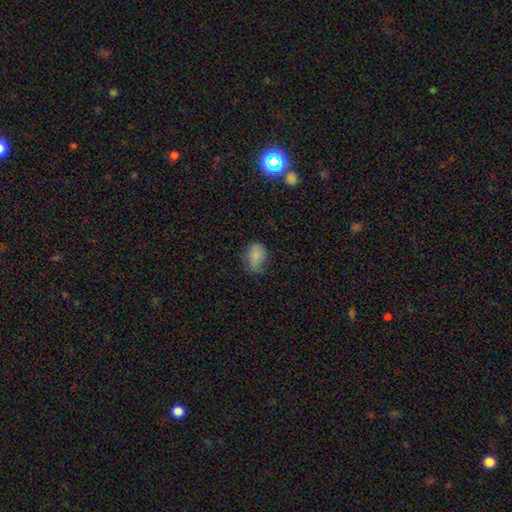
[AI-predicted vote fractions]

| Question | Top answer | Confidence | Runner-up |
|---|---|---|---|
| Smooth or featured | smooth | 79% | featured or disk (12%) |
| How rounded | in between | 72% | round (27%) |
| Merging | none | 56% | minor disturbance (31%) |